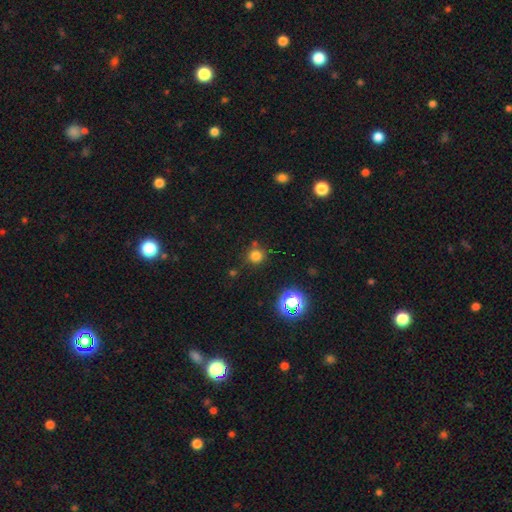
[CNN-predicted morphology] smooth_or_featured: smooth (p=0.75) [alt: star or artifact p=0.20]
how_rounded: round (p=0.92) [alt: in between p=0.07]
merging: none (p=0.78) [alt: minor disturbance p=0.11]